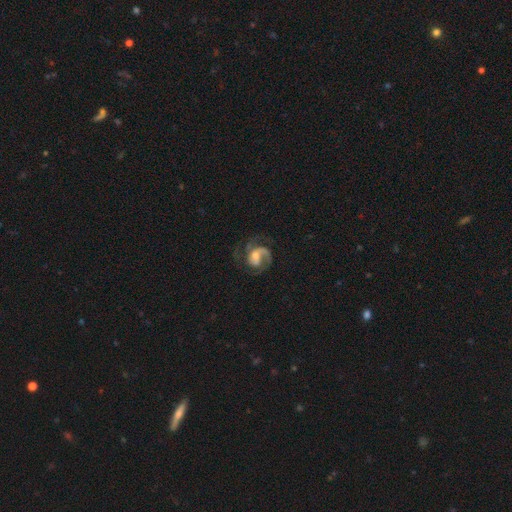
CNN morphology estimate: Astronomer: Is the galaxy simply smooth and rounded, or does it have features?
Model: featured or disk — 84%.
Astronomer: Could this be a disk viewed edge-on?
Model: no — 98%.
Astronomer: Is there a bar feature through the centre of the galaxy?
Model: no — 55% (runner-up: weak, 36%).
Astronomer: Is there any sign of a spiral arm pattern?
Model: yes — 95%.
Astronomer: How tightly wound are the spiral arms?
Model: medium — 51%.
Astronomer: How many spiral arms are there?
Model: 2 — 44% (runner-up: 1, 29%).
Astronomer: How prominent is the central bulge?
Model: moderate — 46% (runner-up: small, 38%).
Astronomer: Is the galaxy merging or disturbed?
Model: none — 58%.